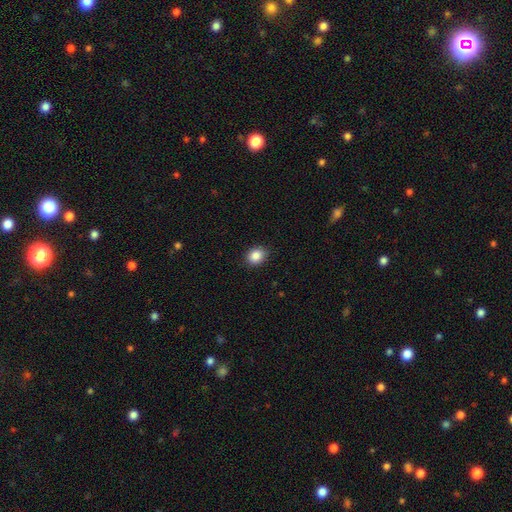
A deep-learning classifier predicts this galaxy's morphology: Smooth or featured?
  - smooth: 87% *
  - star or artifact: 9%
  - featured or disk: 4%
How rounded?
  - round: 54% *
  - in between: 45%
  - cigar-shaped: 1%
Merging?
  - none: 88% *
  - minor disturbance: 9%
  - major disturbance: 2%
  - merger: 1%